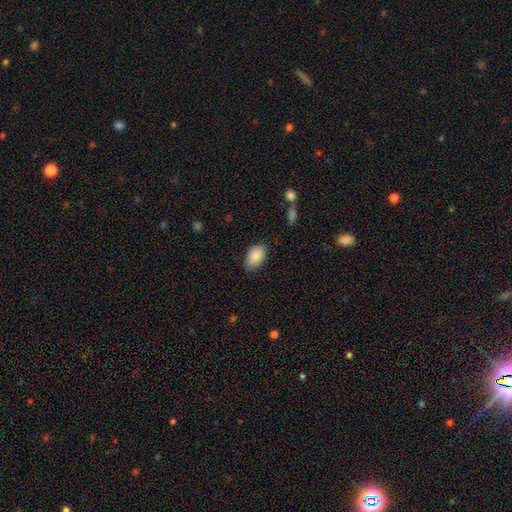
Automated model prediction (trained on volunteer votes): This appears to be a smooth galaxy with no disk features (88%) that is in between round and cigar-shaped (93%). Merging: none (83%).